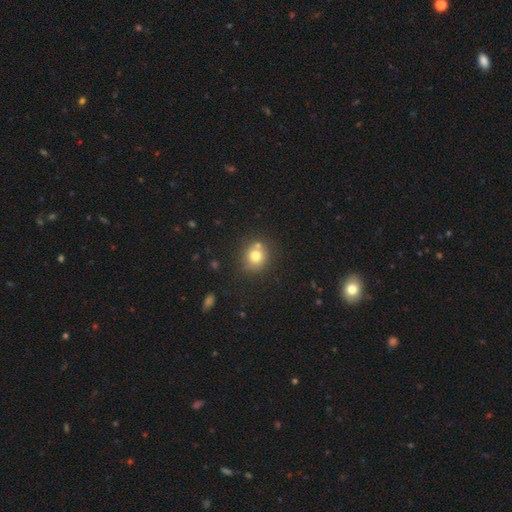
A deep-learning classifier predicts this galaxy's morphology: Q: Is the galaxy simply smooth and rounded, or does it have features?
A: smooth — 75%.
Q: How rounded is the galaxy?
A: round — 84%.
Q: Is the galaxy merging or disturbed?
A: none — 68%.